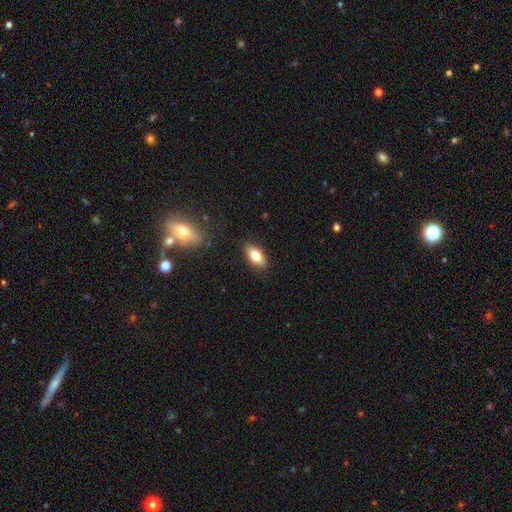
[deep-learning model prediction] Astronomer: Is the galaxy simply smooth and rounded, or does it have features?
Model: smooth — 76%.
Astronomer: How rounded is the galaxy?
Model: in between — 87%.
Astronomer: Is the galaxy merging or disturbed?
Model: none — 87%.